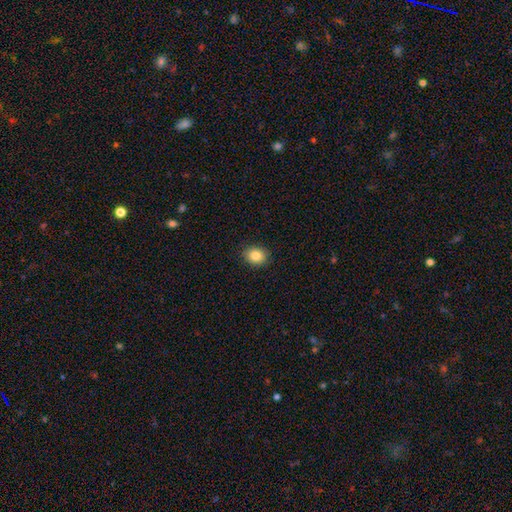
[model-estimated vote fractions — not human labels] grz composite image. It shows a smooth galaxy with no disk features (85%) that is round (51%). Merging: none (89%).